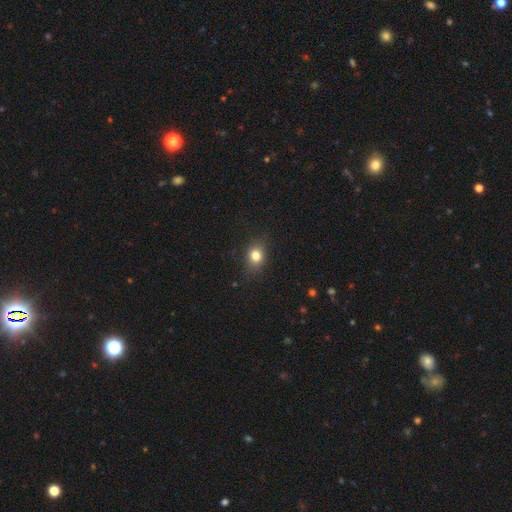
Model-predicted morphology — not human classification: A smooth galaxy with no disk features (79%) that is round (54%). Merging: none (81%).